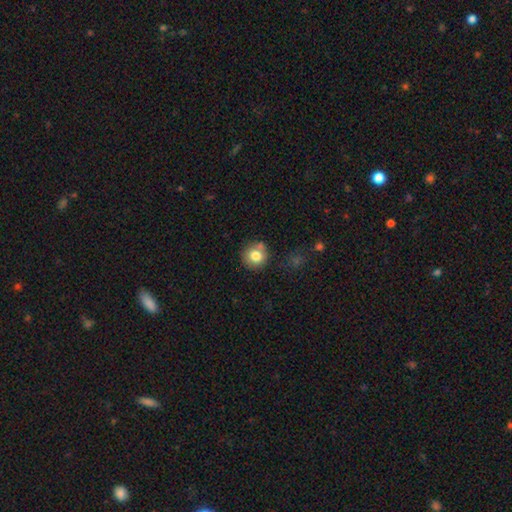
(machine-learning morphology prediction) This appears to be a smooth galaxy with no disk features (79%) that is round (89%). Merging: none (72%).